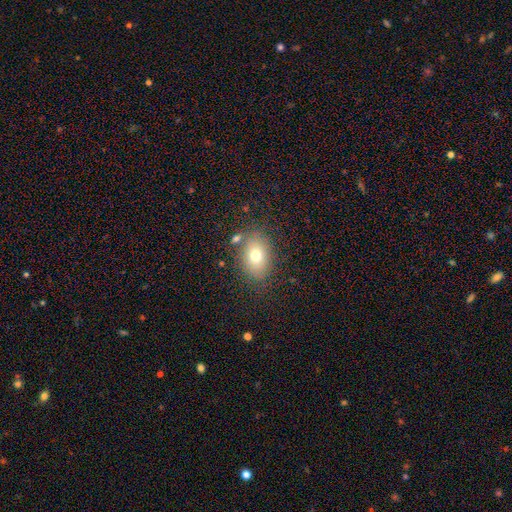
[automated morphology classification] type=smooth (73%); roundness=in between (79%); merging=none (77%).